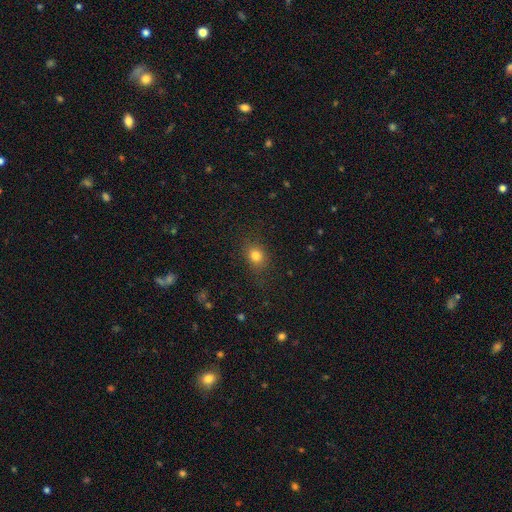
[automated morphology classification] A smooth galaxy with no disk features (80%) that is round (59%).

Vote fractions:
- Smooth or featured? smooth: 80% / star or artifact: 13% / featured or disk: 7%
- How rounded? round: 59% / in between: 40% / cigar-shaped: 1%
- Merging? none: 82% / minor disturbance: 13% / major disturbance: 4% / merger: 1%